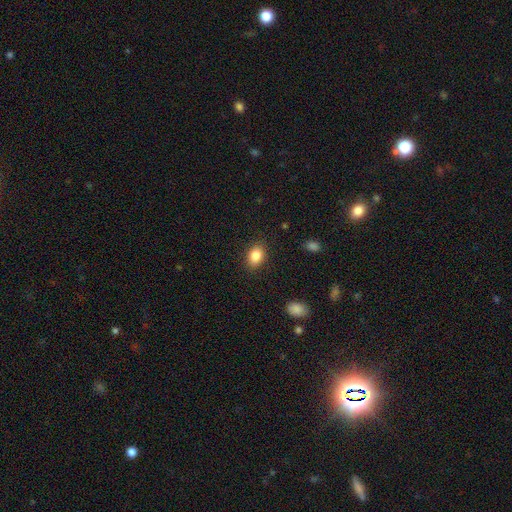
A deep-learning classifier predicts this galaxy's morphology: type=smooth (85%); roundness=in between (80%); merging=none (87%).